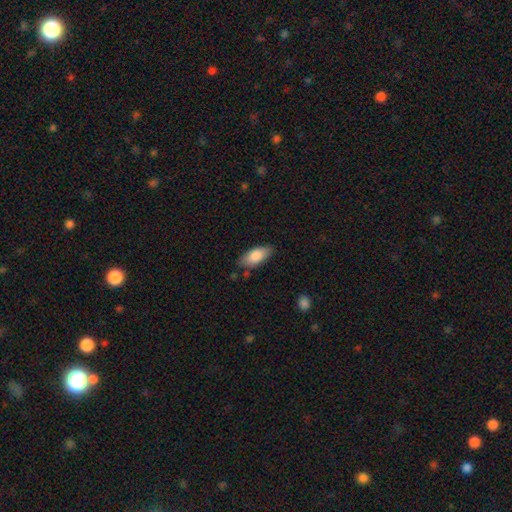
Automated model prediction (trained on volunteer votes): Morphology: type=smooth (83%); roundness=in between (88%); merging=none (78%).